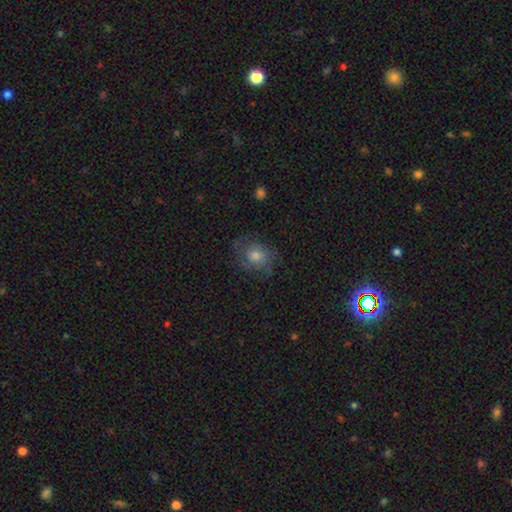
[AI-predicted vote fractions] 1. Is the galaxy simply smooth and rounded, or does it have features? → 47% smooth, 38% featured or disk, 15% star or artifact.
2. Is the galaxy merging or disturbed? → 70% none, 19% minor disturbance, 10% major disturbance, 1% merger.